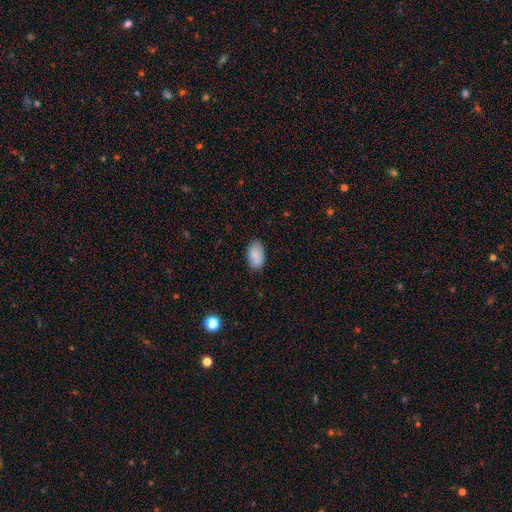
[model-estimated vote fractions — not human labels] Smooth or featured?
  - smooth: 88% *
  - star or artifact: 7%
  - featured or disk: 5%
How rounded?
  - in between: 94% *
  - round: 5%
  - cigar-shaped: 2%
Merging?
  - none: 84% *
  - minor disturbance: 12%
  - major disturbance: 3%
  - merger: 1%